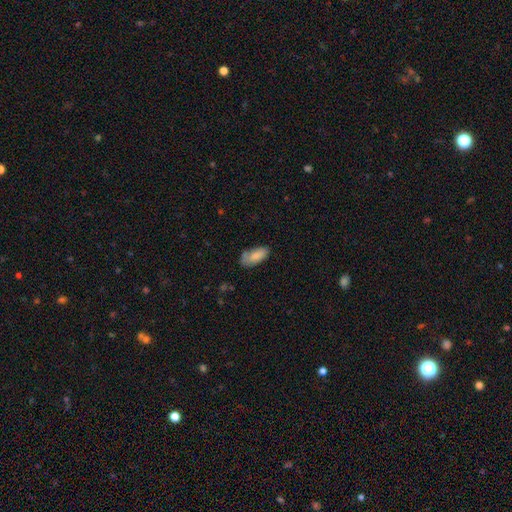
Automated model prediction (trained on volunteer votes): Morphology: type=smooth (83%); roundness=in between (88%); merging=none (60%).